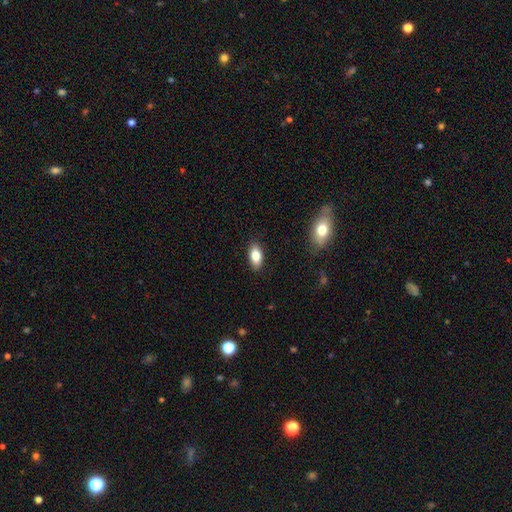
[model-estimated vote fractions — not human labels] Smooth or featured? smooth (82%)
How rounded? in between (90%)
Merging? none (88%)